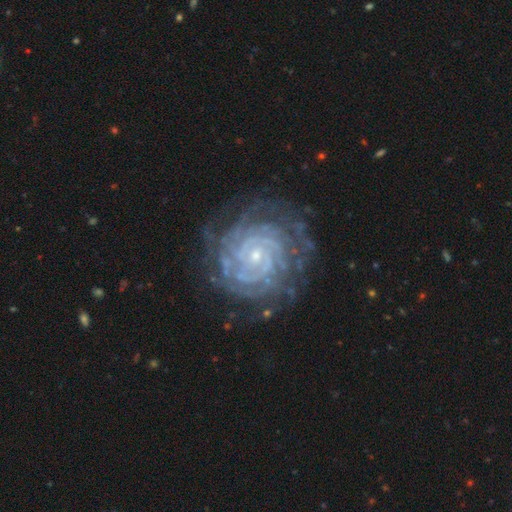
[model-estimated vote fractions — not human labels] Smooth or featured?
  - featured or disk: 90% *
  - star or artifact: 6%
  - smooth: 4%
Edge-on disk?
  - no: 98% *
  - yes: 2%
Bar?
  - no: 69% *
  - weak: 21%
  - strong: 9%
Spiral arms?
  - yes: 98% *
  - no: 2%
Spiral winding?
  - tight: 88% *
  - medium: 10%
  - loose: 2%
Spiral arm count?
  - can't tell: 25% *
  - 4: 18%
  - 2: 18%
  - more than 4: 16%
  - 3: 15%
  - 1: 9%
Bulge size?
  - small: 80% *
  - moderate: 16%
  - none: 2%
  - large: 1%
  - dominant: 1%
Merging?
  - none: 79% *
  - minor disturbance: 14%
  - major disturbance: 5%
  - merger: 1%